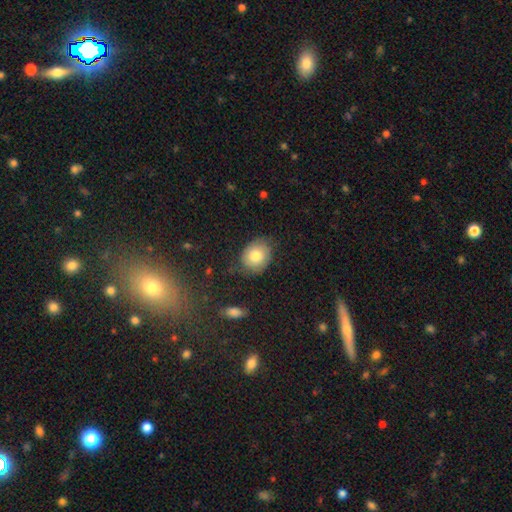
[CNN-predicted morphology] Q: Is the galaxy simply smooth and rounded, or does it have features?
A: smooth — 76%.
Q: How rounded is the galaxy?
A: round — 56%.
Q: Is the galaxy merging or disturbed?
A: none — 74%.